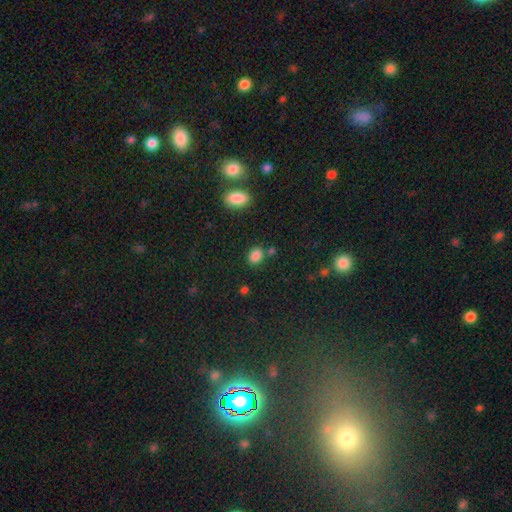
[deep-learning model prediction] Smooth or featured: smooth — 84% (star or artifact — 12%)
How rounded: in between — 60% (round — 38%)
Merging: none — 74% (minor disturbance — 13%)